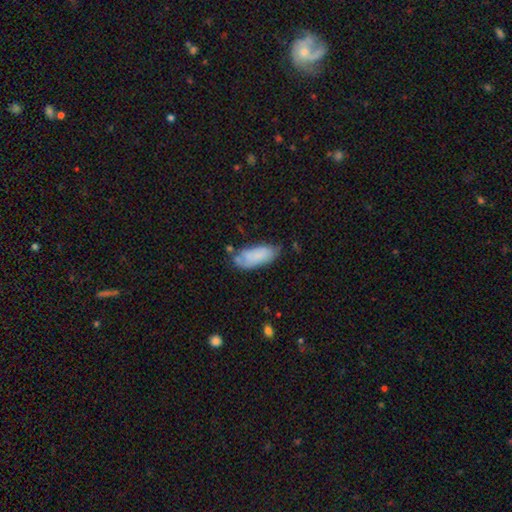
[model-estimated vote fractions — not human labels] A smooth galaxy with no disk features (76%) that is in between round and cigar-shaped (84%).

Vote fractions:
- Smooth or featured? smooth: 76% / featured or disk: 17% / star or artifact: 7%
- How rounded? in between: 84% / cigar-shaped: 15% / round: 2%
- Merging? none: 52% / minor disturbance: 32% / major disturbance: 9% / merger: 7%